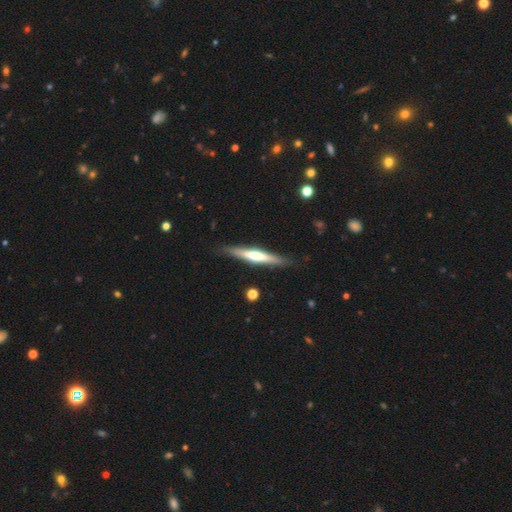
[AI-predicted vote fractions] This is possibly a featured or disk galaxy (54%). It is clearly viewed edge-on (94%). Edge-on bulge: possibly rounded (52%). Merging: clearly none (86%).